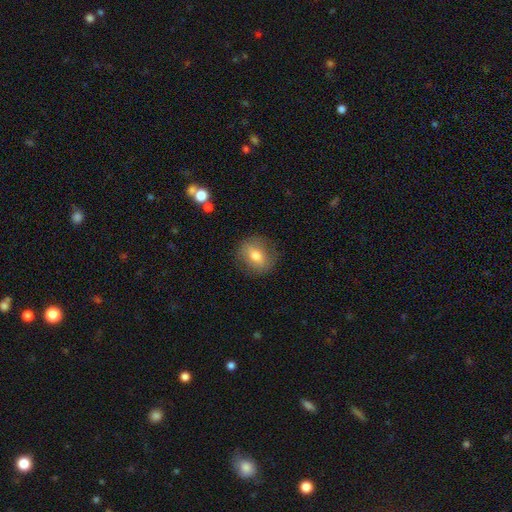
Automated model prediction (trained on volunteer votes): Smooth or featured? smooth (65%)
How rounded? round (54%)
Merging? none (82%)